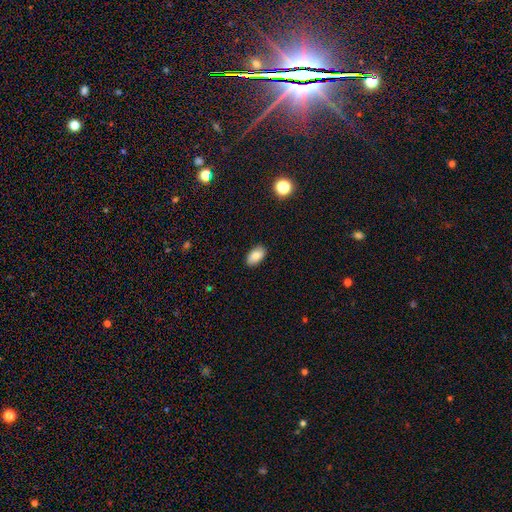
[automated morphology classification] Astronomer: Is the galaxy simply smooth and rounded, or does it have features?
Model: smooth — 85%.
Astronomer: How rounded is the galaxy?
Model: in between — 94%.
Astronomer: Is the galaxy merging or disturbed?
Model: none — 87%.